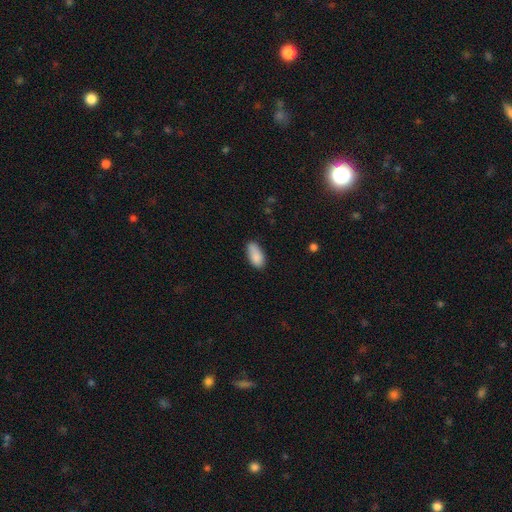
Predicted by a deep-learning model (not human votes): The model was most divided on "merging": none: 73%, minor disturbance: 21%, major disturbance: 4%, merger: 2%. More confident: how rounded — in between (91%); smooth or featured — smooth (88%).